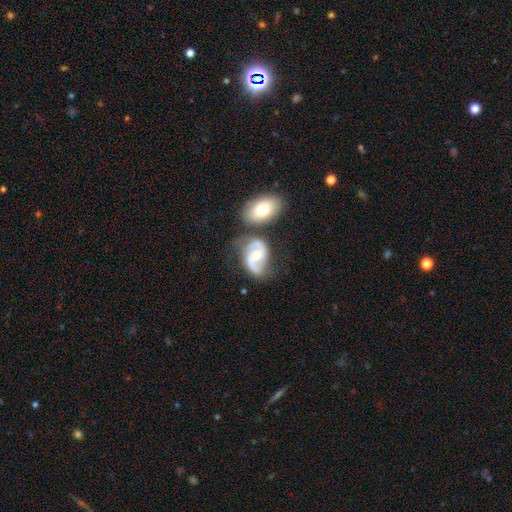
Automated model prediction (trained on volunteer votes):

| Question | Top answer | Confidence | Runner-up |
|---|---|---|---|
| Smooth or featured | featured or disk | 80% | smooth (14%) |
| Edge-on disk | no | 97% | yes (3%) |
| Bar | no | 47% | weak (41%) |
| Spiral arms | yes | 94% | no (6%) |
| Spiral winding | loose | 44% | medium (43%) |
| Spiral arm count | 2 | 87% | 1 (5%) |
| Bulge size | moderate | 49% | small (44%) |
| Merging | none | 44% | merger (23%) |